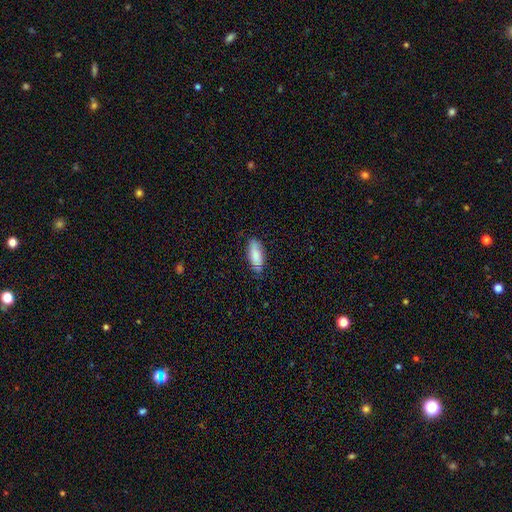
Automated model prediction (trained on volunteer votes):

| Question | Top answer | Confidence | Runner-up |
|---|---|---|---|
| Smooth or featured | smooth | 81% | featured or disk (13%) |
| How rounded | in between | 75% | cigar-shaped (23%) |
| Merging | none | 75% | minor disturbance (20%) |